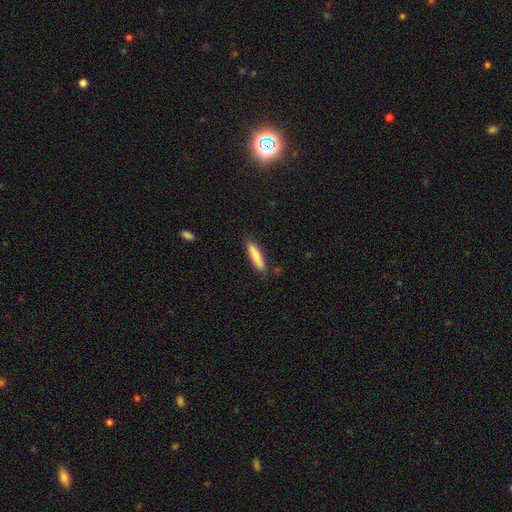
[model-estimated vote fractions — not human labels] smooth_or_featured: smooth (p=0.74) [alt: featured or disk p=0.20]
how_rounded: cigar-shaped (p=0.78) [alt: in between p=0.21]
merging: none (p=0.85) [alt: minor disturbance p=0.11]